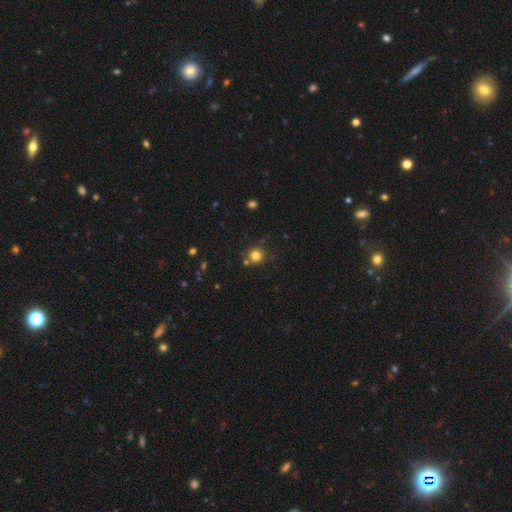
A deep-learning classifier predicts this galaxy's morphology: Smooth or featured? smooth (78%)
How rounded? round (92%)
Merging? none (78%)